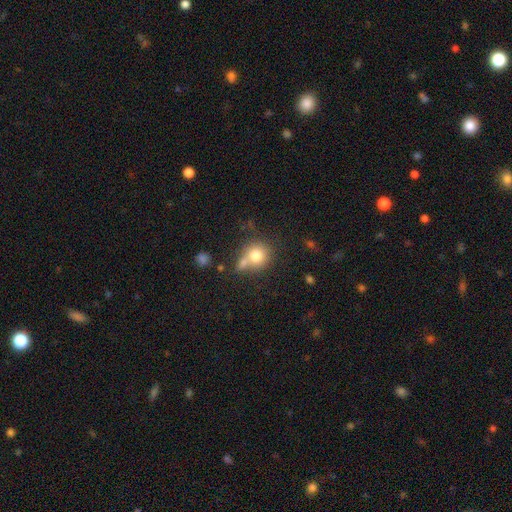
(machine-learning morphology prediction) Smooth or featured? Predicted: smooth (p=0.77). How rounded? Predicted: round (p=0.85). Merging? Predicted: none (p=0.49).